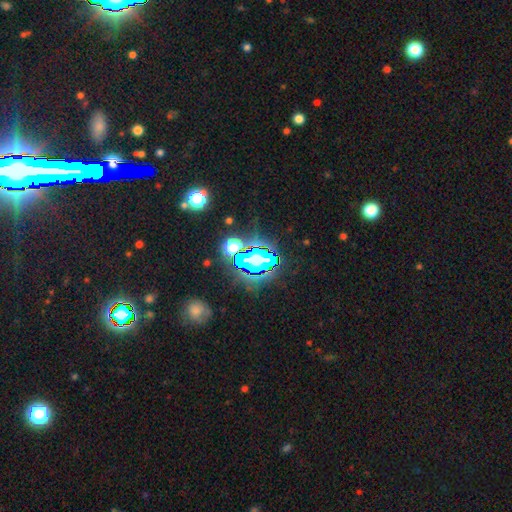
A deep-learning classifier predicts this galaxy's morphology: smooth_or_featured: star or artifact (p=0.76) [alt: smooth p=0.14]